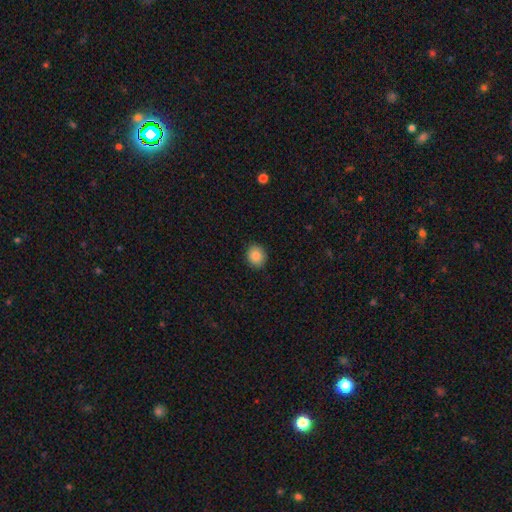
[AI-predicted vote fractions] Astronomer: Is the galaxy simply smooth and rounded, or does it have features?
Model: smooth — 86%.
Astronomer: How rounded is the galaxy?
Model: round — 70%.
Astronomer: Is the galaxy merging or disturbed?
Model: none — 89%.